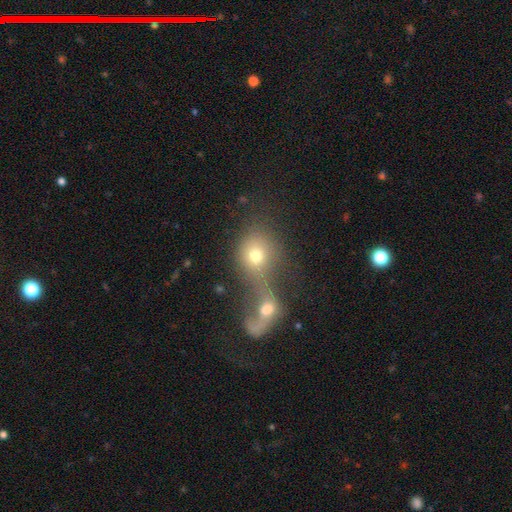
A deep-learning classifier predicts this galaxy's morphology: Q: Smooth or featured?
A: smooth (66%); runner-up: featured or disk (21%)
Q: How rounded?
A: round (66%); runner-up: in between (32%)
Q: Merging?
A: merger (73%); runner-up: none (14%)